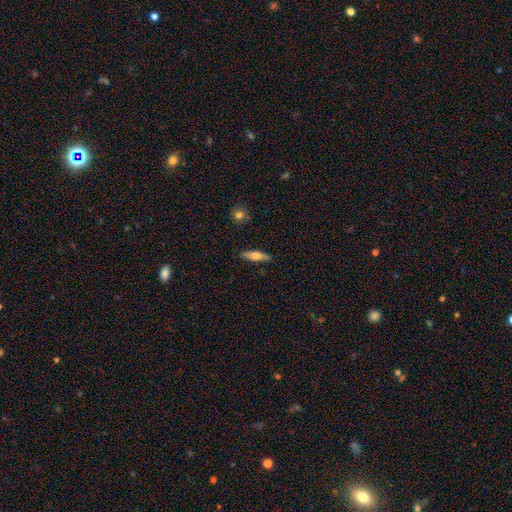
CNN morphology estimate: smooth 51%, featured or disk 42%, star or artifact 6%. Down the decision tree: how rounded — cigar-shaped (72%); merging — none (89%).